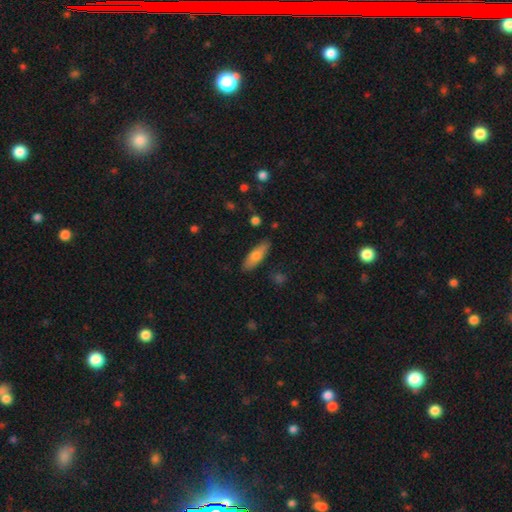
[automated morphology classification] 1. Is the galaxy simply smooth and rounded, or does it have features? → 72% smooth, 22% featured or disk, 6% star or artifact.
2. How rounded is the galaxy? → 58% in between, 40% cigar-shaped, 2% round.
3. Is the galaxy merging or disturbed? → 84% none, 12% minor disturbance, 2% major disturbance, 2% merger.